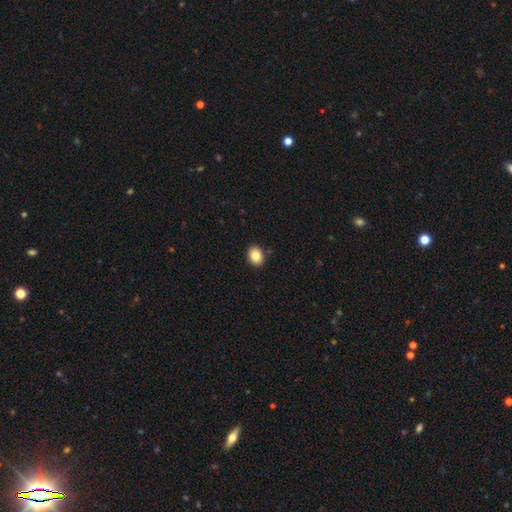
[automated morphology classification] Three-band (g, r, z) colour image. It shows a smooth galaxy with no disk features (84%) that is in between round and cigar-shaped (53%). Merging: none (90%).